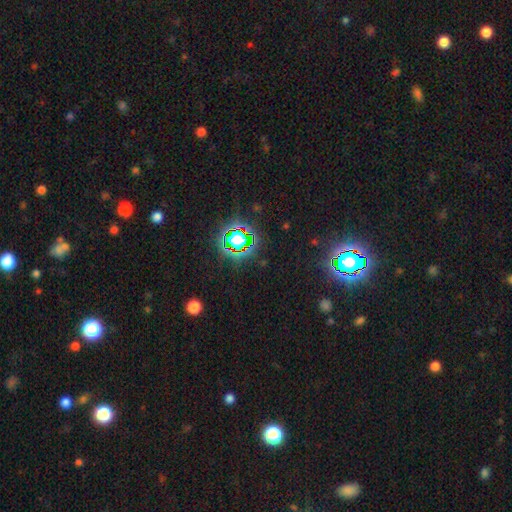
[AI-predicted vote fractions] This appears to be a star or artifact, not a galaxy (80%).